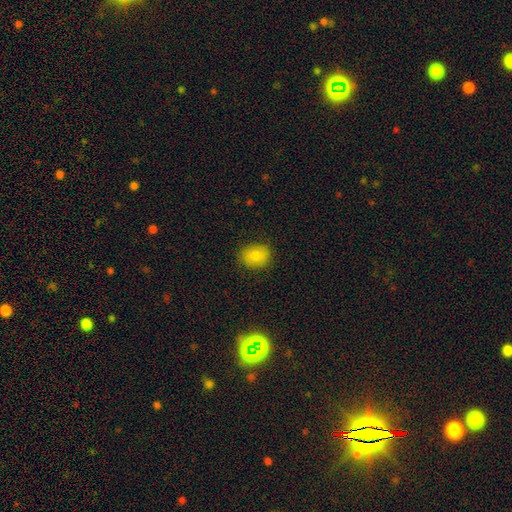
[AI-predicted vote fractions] Q: Smooth or featured?
A: smooth (80%); runner-up: featured or disk (11%)
Q: How rounded?
A: round (60%); runner-up: in between (39%)
Q: Merging?
A: none (84%); runner-up: minor disturbance (12%)